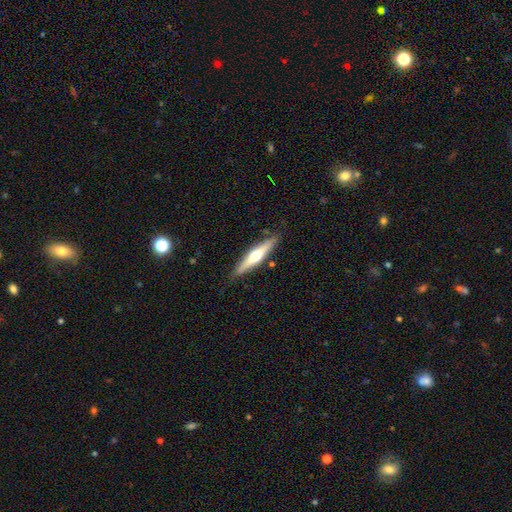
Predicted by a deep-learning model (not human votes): The model was most divided on "smooth or featured": featured or disk: 59%, smooth: 36%, star or artifact: 5%. More confident: edge-on disk — yes (95%); edge-on bulge — rounded (90%); merging — none (86%).